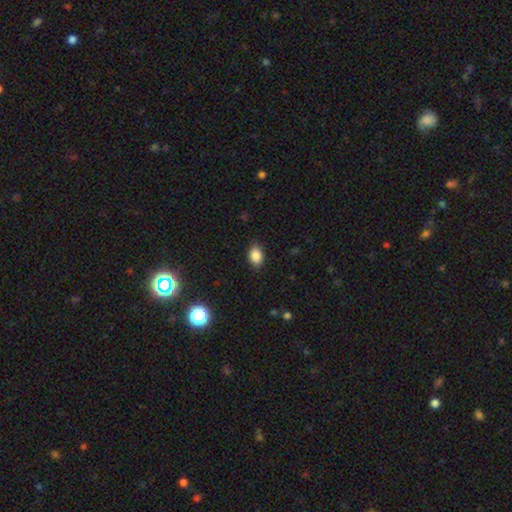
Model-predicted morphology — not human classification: Smooth or featured? smooth (86%)
How rounded? in between (81%)
Merging? none (86%)